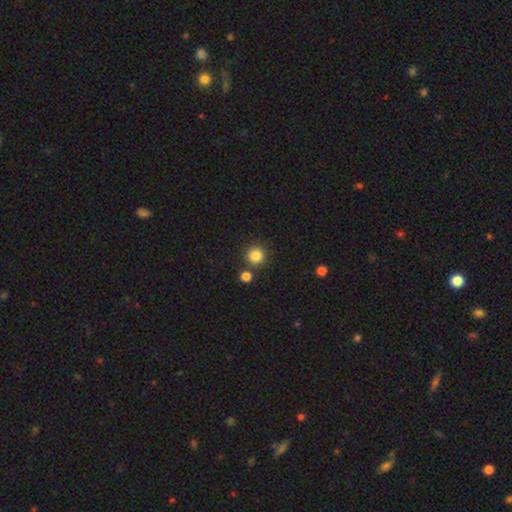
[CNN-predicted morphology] This appears to be a smooth galaxy with no disk features (85%) that is round (93%). Merging: none (81%).